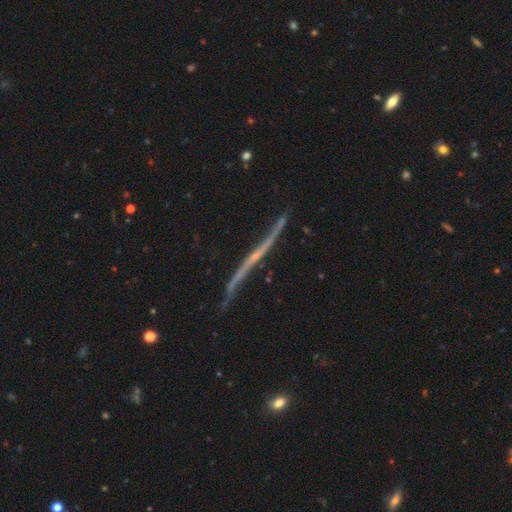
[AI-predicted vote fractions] A featured or disk galaxy (82%) viewed edge-on (93%) with no central bulge (64%). Merging: none (72%).